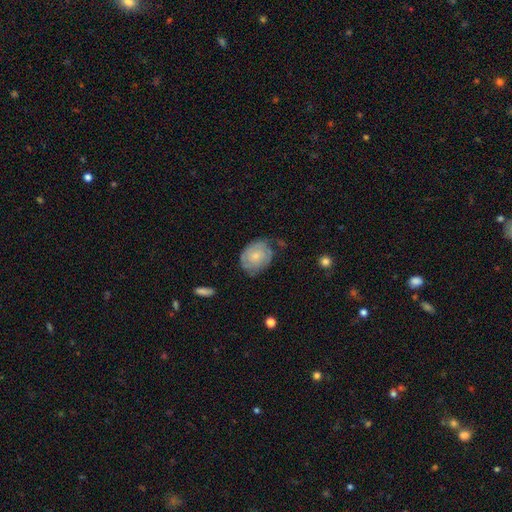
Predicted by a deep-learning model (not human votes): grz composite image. It shows a featured or disk galaxy (58%) with no bar (79%), spiral arms (81%) and a small central bulge (58%). Merging: none (60%).